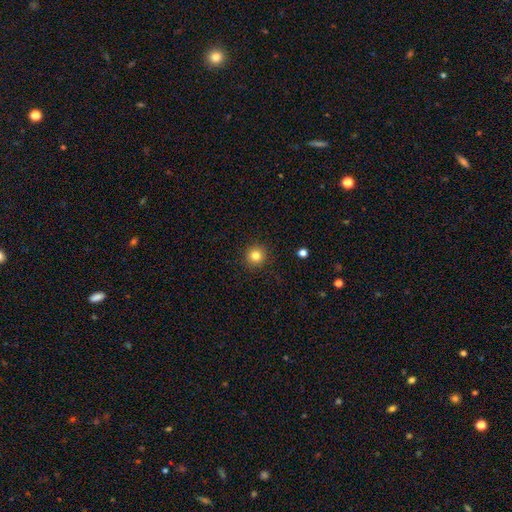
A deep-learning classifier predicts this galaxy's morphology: smooth_or_featured: smooth (p=0.82) [alt: star or artifact p=0.12]
how_rounded: round (p=0.94) [alt: in between p=0.05]
merging: none (p=0.92) [alt: minor disturbance p=0.05]